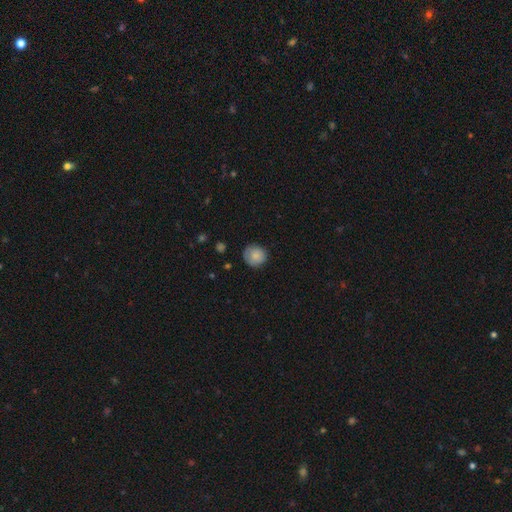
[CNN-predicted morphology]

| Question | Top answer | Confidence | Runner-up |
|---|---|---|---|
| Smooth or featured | smooth | 80% | featured or disk (13%) |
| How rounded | round | 90% | in between (9%) |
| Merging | none | 79% | minor disturbance (17%) |